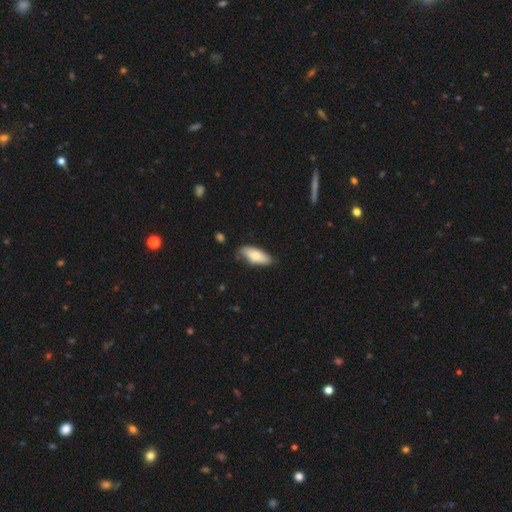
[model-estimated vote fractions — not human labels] smooth-or-featured: smooth: 71% | featured or disk: 23% | star or artifact: 6%
  how-rounded: in between: 76% | cigar-shaped: 22% | round: 2%
  merging: none: 78% | minor disturbance: 18% | major disturbance: 3% | merger: 2%